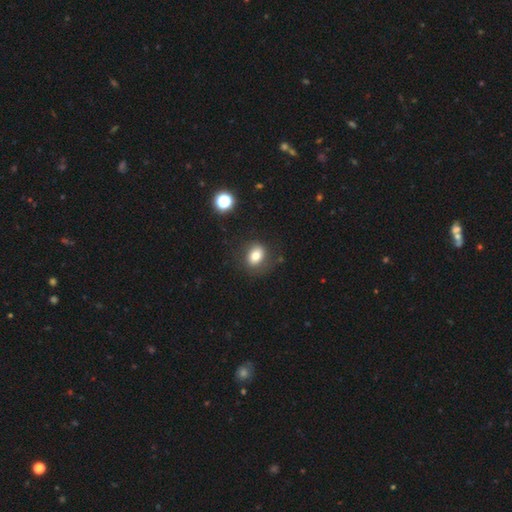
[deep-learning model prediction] The model was most divided on "how rounded": in between: 60%, round: 39%, cigar-shaped: 1%. More confident: smooth or featured — smooth (76%); merging — none (75%).